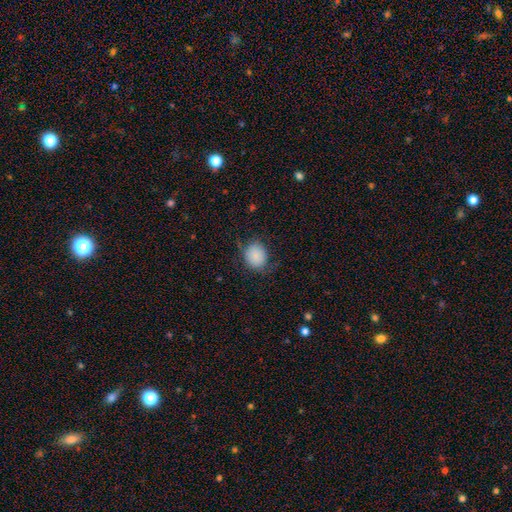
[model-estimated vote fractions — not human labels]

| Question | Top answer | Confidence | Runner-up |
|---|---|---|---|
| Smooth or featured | smooth | 85% | star or artifact (8%) |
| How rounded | round | 66% | in between (33%) |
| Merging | none | 72% | minor disturbance (20%) |